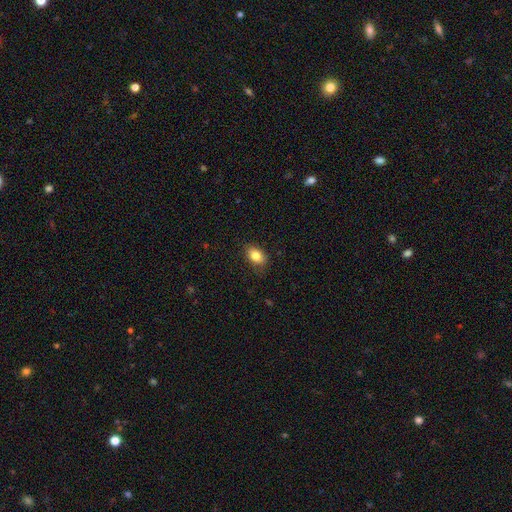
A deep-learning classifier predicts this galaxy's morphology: Q: Smooth or featured?
A: smooth (84%); runner-up: star or artifact (8%)
Q: How rounded?
A: in between (86%); runner-up: round (13%)
Q: Merging?
A: none (83%); runner-up: minor disturbance (13%)